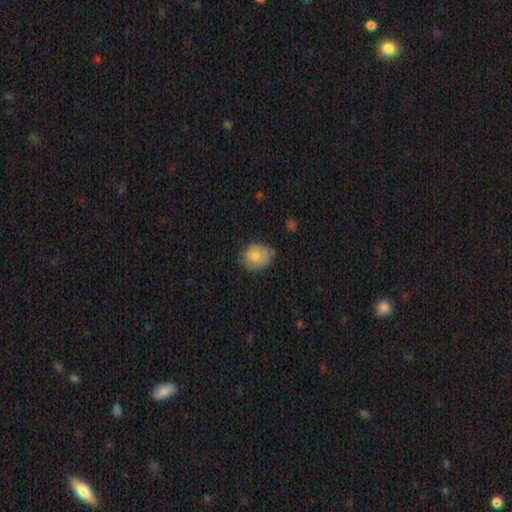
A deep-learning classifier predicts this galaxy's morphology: smooth_or_featured: smooth (p=0.74) [alt: featured or disk p=0.19]
how_rounded: round (p=0.53) [alt: in between p=0.46]
merging: none (p=0.69) [alt: minor disturbance p=0.25]